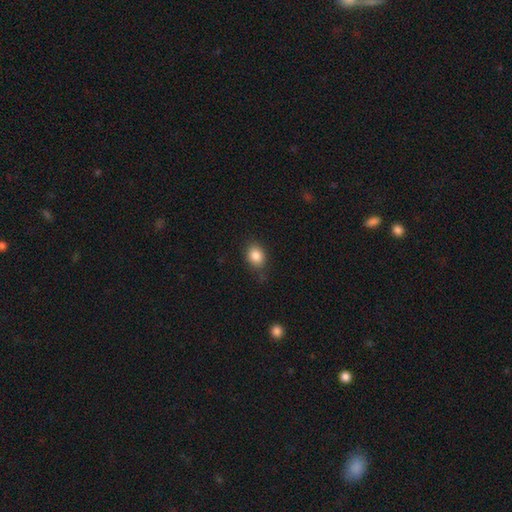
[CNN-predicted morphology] This is clearly a smooth galaxy (85%). How rounded: possibly in between (56%). Merging: likely none (78%).